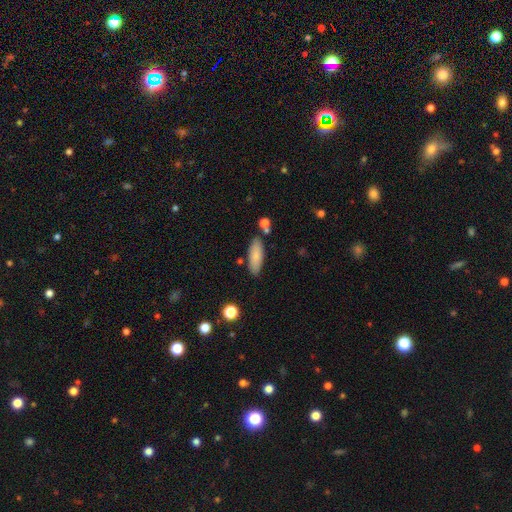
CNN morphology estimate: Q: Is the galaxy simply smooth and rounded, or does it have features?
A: smooth — 82%.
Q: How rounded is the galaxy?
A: in between — 64%.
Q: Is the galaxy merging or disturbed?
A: none — 80%.